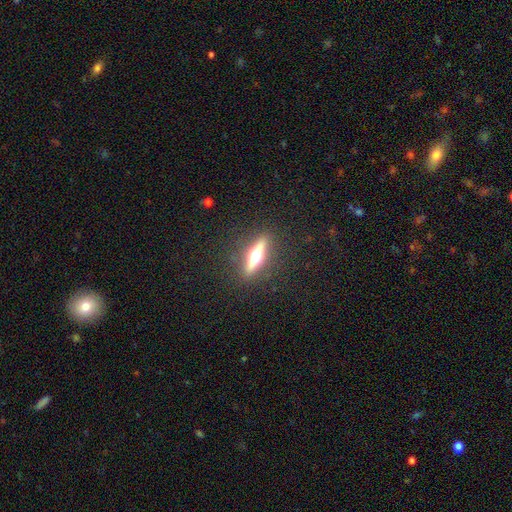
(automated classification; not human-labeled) Smooth or featured? featured or disk (66%)
Edge-on disk? yes (94%)
Edge-on bulge? rounded (94%)
Merging? none (88%)